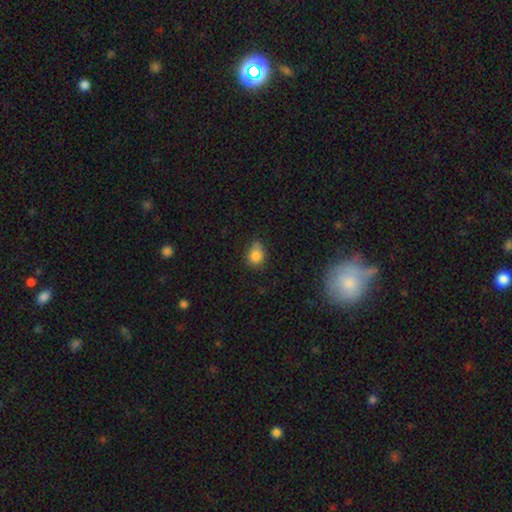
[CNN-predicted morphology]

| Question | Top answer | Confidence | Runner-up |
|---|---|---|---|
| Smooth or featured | smooth | 83% | star or artifact (10%) |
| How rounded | in between | 55% | round (44%) |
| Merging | none | 53% | minor disturbance (36%) |